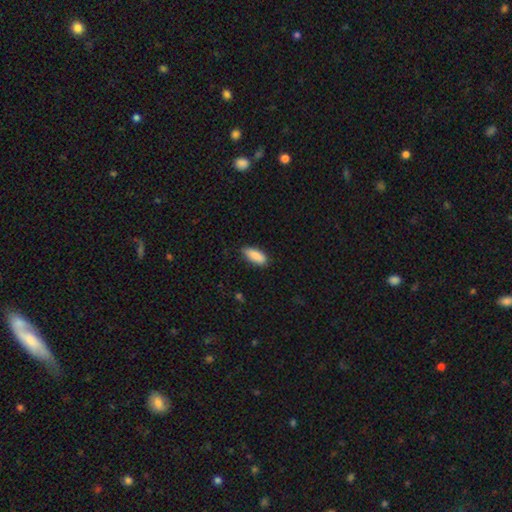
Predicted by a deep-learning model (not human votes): Smooth or featured? smooth (88%)
How rounded? in between (76%)
Merging? none (83%)